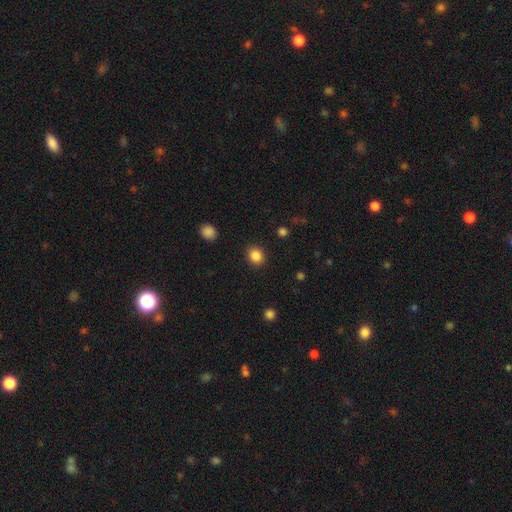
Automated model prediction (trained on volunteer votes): Q: Smooth or featured?
A: smooth (86%); runner-up: star or artifact (10%)
Q: How rounded?
A: round (75%); runner-up: in between (24%)
Q: Merging?
A: none (90%); runner-up: minor disturbance (6%)